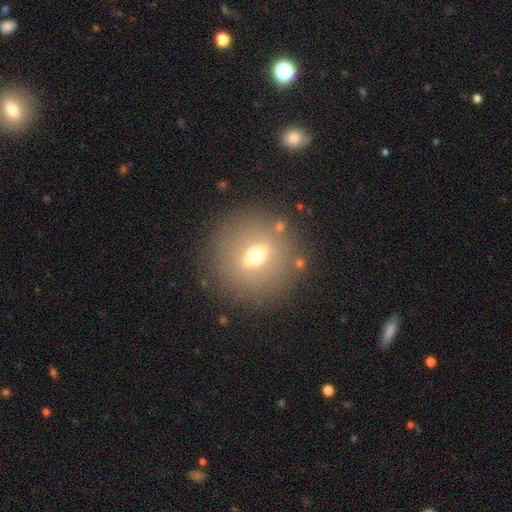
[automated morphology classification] This is possibly a smooth galaxy (45%). Merging: clearly none (84%).